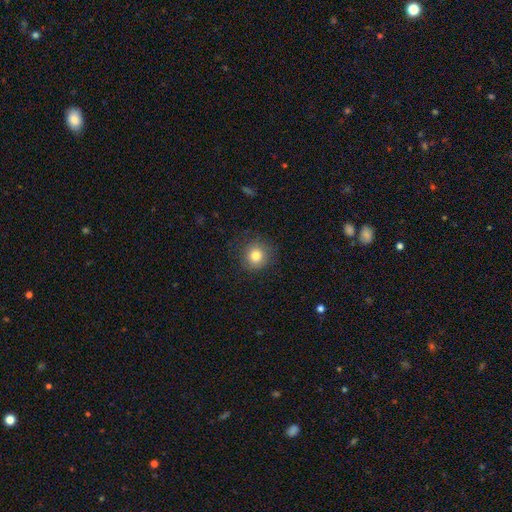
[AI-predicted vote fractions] smooth-or-featured: smooth: 82% | star or artifact: 11% | featured or disk: 7%
  how-rounded: round: 92% | in between: 7% | cigar-shaped: 1%
  merging: none: 87% | minor disturbance: 9% | major disturbance: 3% | merger: 1%